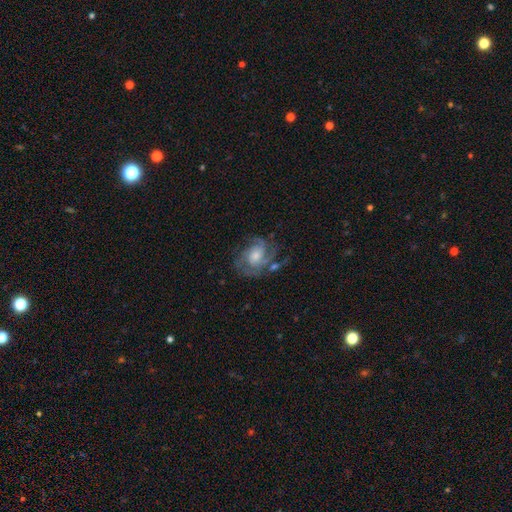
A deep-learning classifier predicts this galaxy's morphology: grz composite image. It shows a featured or disk galaxy (81%) with no bar (66%), 3 (31%) tight (47%) spiral arms (94%) and a moderate central bulge (54%). Merging: none (61%).